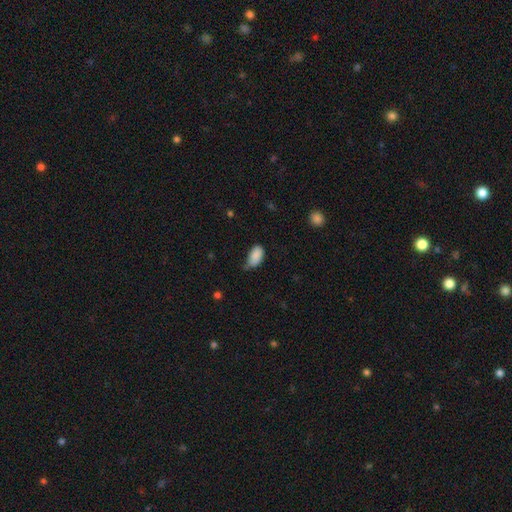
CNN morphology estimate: Smooth or featured?
  - smooth: 87% *
  - star or artifact: 8%
  - featured or disk: 5%
How rounded?
  - in between: 94% *
  - round: 4%
  - cigar-shaped: 2%
Merging?
  - minor disturbance: 44% *
  - none: 41%
  - major disturbance: 12%
  - merger: 3%